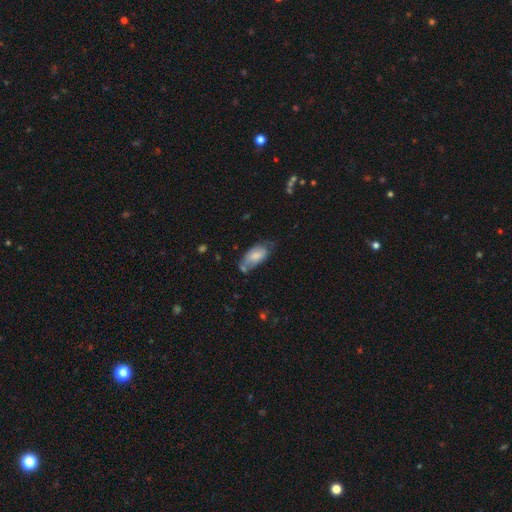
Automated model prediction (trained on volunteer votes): Smooth or featured: smooth — 73% (featured or disk — 21%)
How rounded: in between — 91% (cigar-shaped — 7%)
Merging: none — 44% (minor disturbance — 34%)